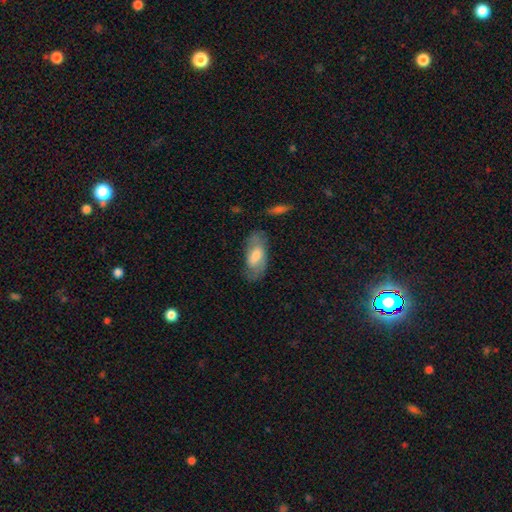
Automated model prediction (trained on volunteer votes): Q: Smooth or featured?
A: smooth (54%); runner-up: featured or disk (39%)
Q: How rounded?
A: in between (88%); runner-up: cigar-shaped (9%)
Q: Merging?
A: none (70%); runner-up: minor disturbance (21%)